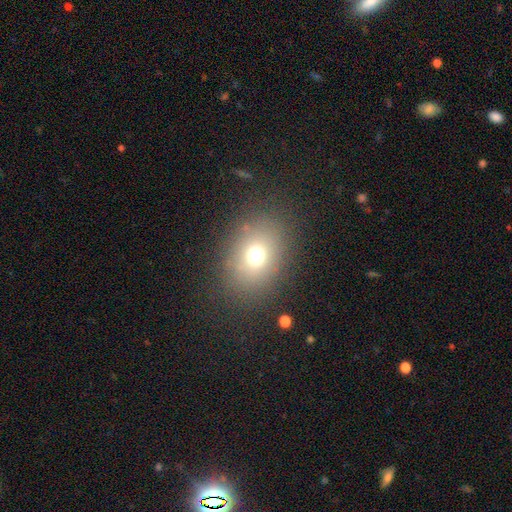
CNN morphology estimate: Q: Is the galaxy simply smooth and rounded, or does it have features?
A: smooth — 68%.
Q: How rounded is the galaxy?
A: in between — 53%.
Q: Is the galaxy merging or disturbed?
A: none — 82%.